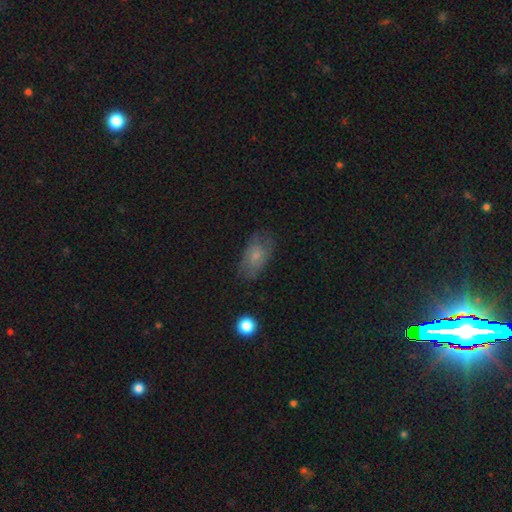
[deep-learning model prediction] Overall: smooth (57%; featured or disk 35%). How rounded: in between (89%). Merging: none (66%).